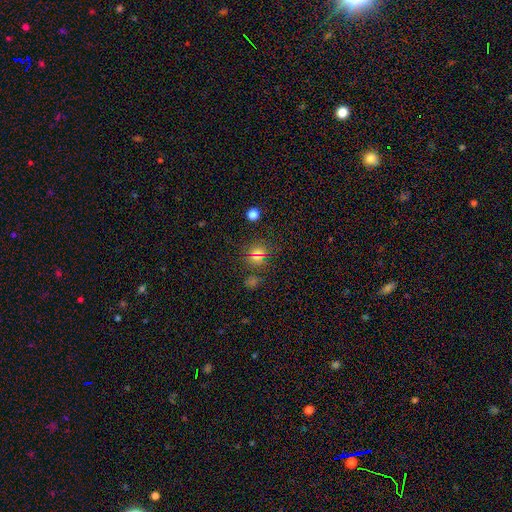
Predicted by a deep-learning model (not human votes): Smooth or featured? smooth (55%)
How rounded? round (85%)
Merging? none (82%)